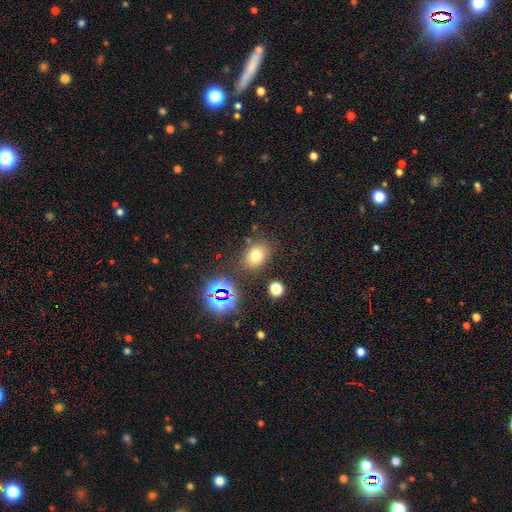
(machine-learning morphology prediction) Smooth or featured? Predicted: smooth (p=0.71). How rounded? Predicted: in between (p=0.60). Merging? Predicted: none (p=0.77).